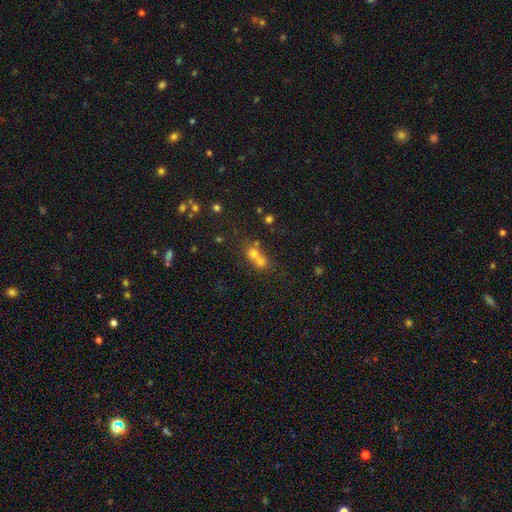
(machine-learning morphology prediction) Q: Smooth or featured?
A: smooth (66%); runner-up: featured or disk (17%)
Q: How rounded?
A: round (74%); runner-up: in between (24%)
Q: Merging?
A: merger (67%); runner-up: none (25%)